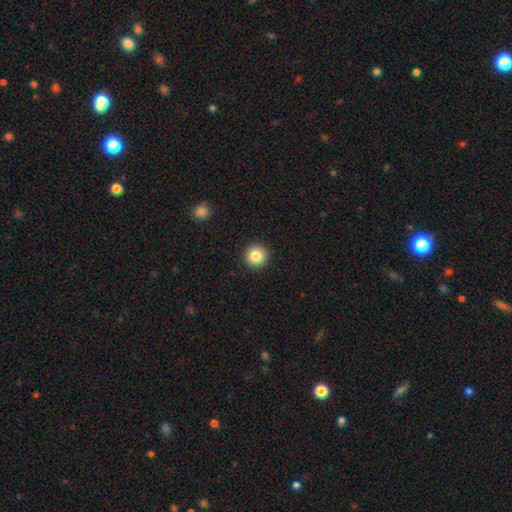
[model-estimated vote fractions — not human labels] Smooth or featured?
  - smooth: 83% *
  - star or artifact: 10%
  - featured or disk: 6%
How rounded?
  - round: 95% *
  - in between: 4%
  - cigar-shaped: 1%
Merging?
  - none: 93% *
  - minor disturbance: 5%
  - major disturbance: 2%
  - merger: 1%